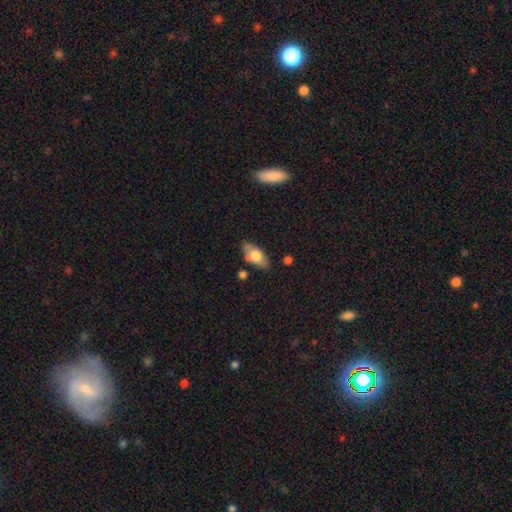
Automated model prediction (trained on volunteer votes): This is likely a smooth galaxy (64%). How rounded: clearly in between (83%). Merging: likely none (71%).